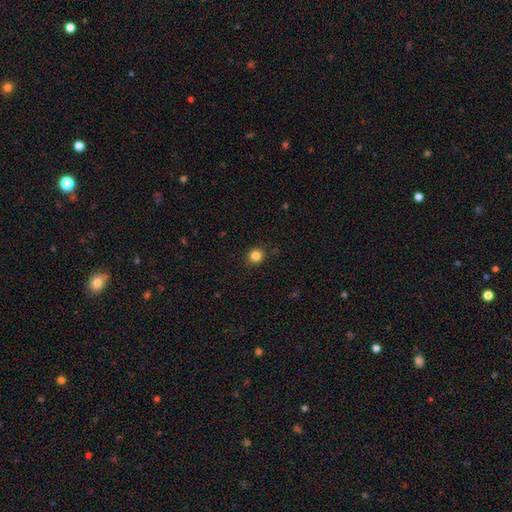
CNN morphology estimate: Q: Smooth or featured?
A: smooth (84%); runner-up: star or artifact (12%)
Q: How rounded?
A: round (86%); runner-up: in between (13%)
Q: Merging?
A: none (90%); runner-up: minor disturbance (7%)